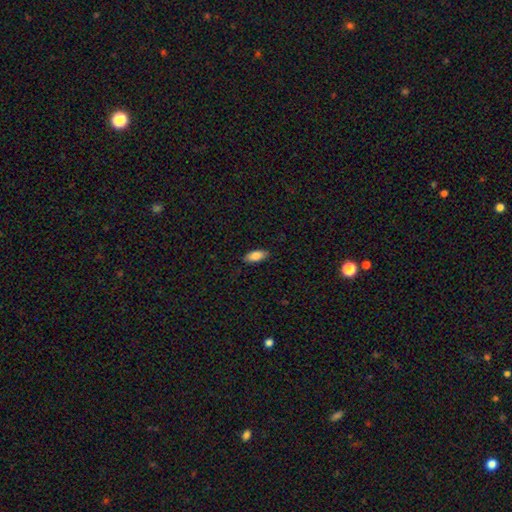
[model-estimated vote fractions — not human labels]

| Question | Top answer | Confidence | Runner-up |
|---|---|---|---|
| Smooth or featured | smooth | 85% | featured or disk (8%) |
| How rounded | in between | 85% | cigar-shaped (13%) |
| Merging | none | 87% | minor disturbance (10%) |